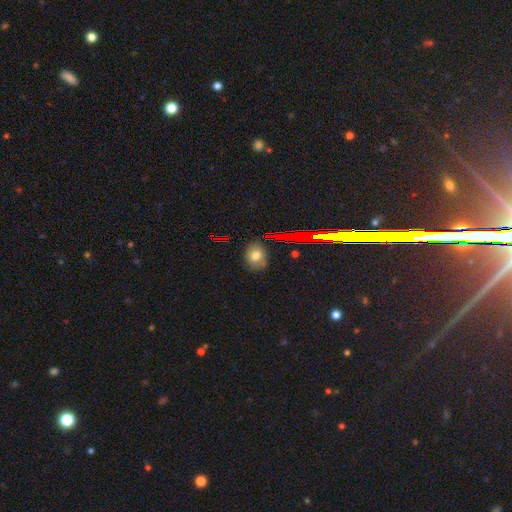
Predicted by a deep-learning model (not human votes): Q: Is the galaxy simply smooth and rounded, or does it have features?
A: smooth — 70%.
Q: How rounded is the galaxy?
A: round — 55%.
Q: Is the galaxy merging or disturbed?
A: none — 81%.